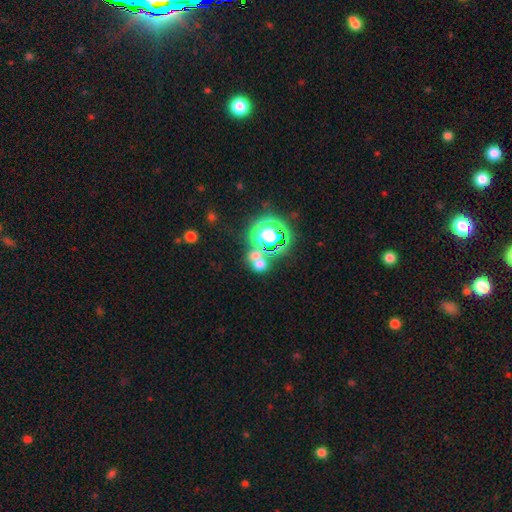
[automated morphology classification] smooth-or-featured: smooth: 53% | star or artifact: 36% | featured or disk: 11%
  how-rounded: round: 78% | in between: 20% | cigar-shaped: 1%
  merging: none: 51% | merger: 35% | minor disturbance: 8% | major disturbance: 5%